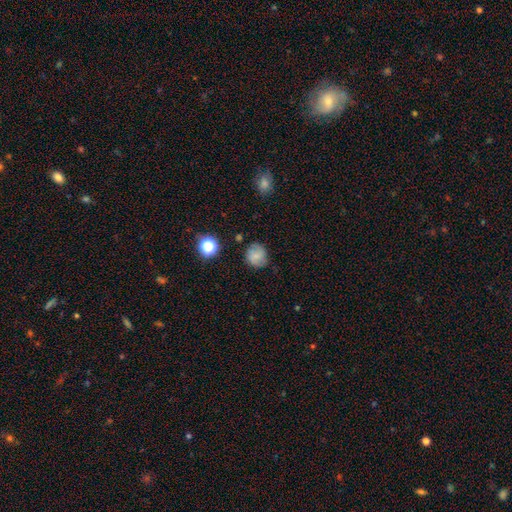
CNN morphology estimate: type=smooth (73%); roundness=round (82%); merging=none (76%).